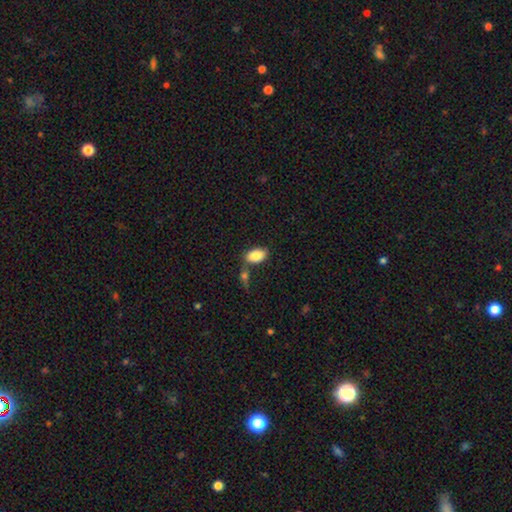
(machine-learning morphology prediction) smooth 85%, featured or disk 9%, star or artifact 7%. Down the decision tree: how rounded — in between (93%); merging — none (64%).